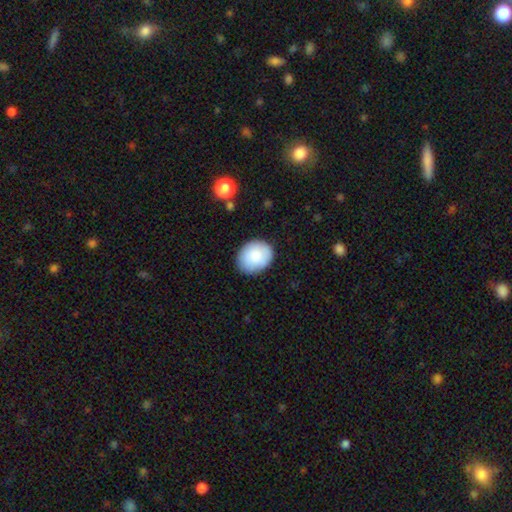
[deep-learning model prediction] The model was most divided on "how rounded": round: 54%, in between: 45%, cigar-shaped: 1%. More confident: merging — none (85%); smooth or featured — smooth (83%).